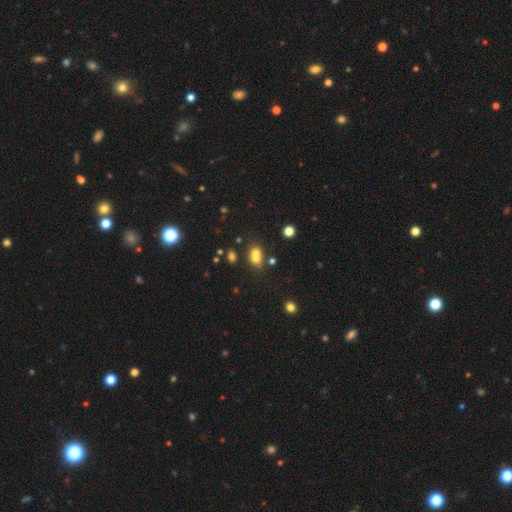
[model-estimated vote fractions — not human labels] Morphology: type=smooth (67%); roundness=in between (50%); merging=merger (54%).